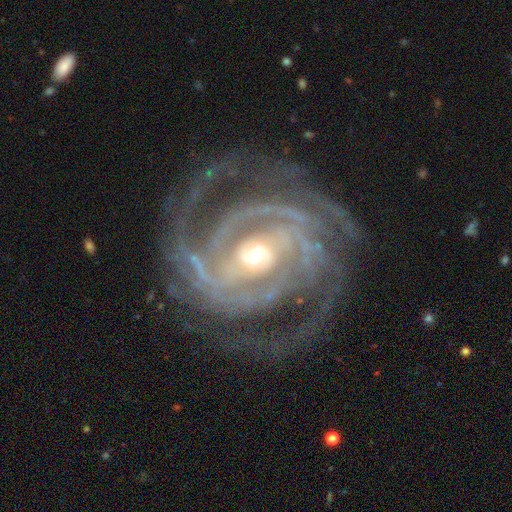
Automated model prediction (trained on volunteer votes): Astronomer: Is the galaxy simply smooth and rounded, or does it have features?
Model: featured or disk — 92%.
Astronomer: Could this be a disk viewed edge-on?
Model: no — 97%.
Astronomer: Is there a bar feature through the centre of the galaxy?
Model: no — 39% (runner-up: strong, 31%).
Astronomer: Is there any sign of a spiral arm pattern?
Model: yes — 98%.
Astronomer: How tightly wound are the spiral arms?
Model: tight — 68%.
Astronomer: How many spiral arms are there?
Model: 2 — 30% (runner-up: 3, 25%).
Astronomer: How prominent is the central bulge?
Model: small — 59% (runner-up: moderate, 36%).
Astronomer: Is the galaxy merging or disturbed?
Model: none — 75%.